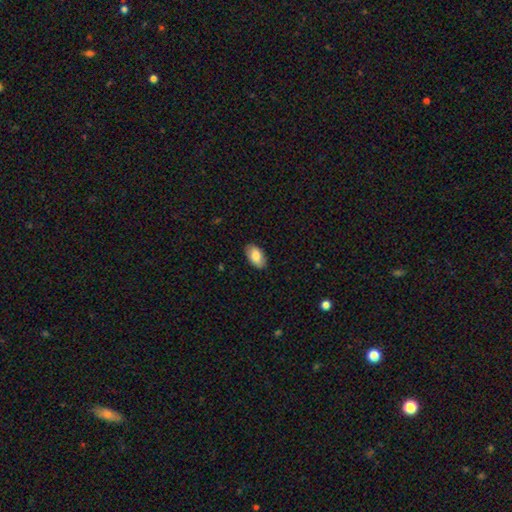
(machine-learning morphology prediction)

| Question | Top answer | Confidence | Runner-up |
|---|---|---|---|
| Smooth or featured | smooth | 83% | featured or disk (11%) |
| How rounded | in between | 95% | round (4%) |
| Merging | none | 87% | minor disturbance (10%) |